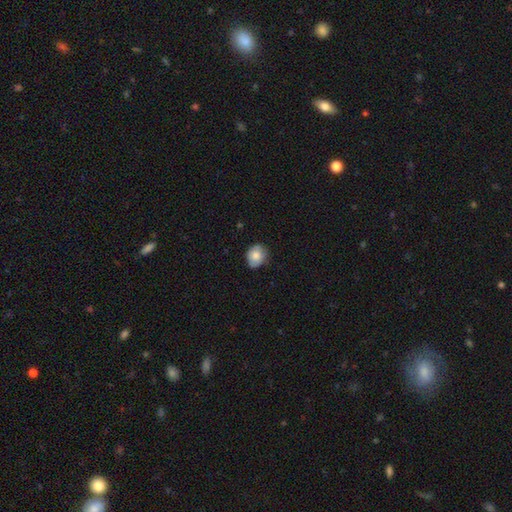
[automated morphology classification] The model was most divided on "how rounded": round: 65%, in between: 34%, cigar-shaped: 1%. More confident: smooth or featured — smooth (75%); merging — none (72%).